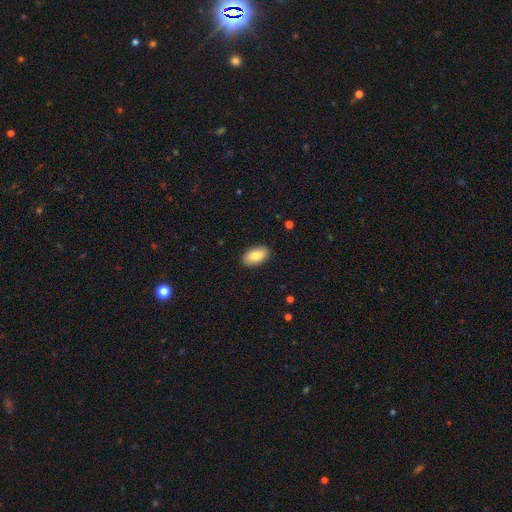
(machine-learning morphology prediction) smooth 84%, featured or disk 10%, star or artifact 6%. Down the decision tree: how rounded — in between (94%); merging — none (89%).